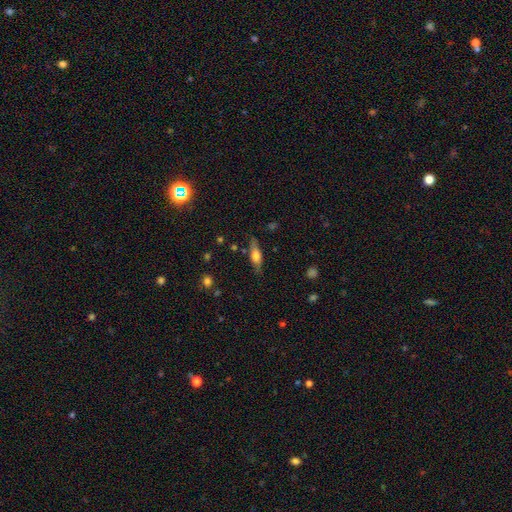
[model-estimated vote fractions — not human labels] A smooth galaxy with no disk features (54%) that is cigar-shaped (51%). Merging: none (79%).